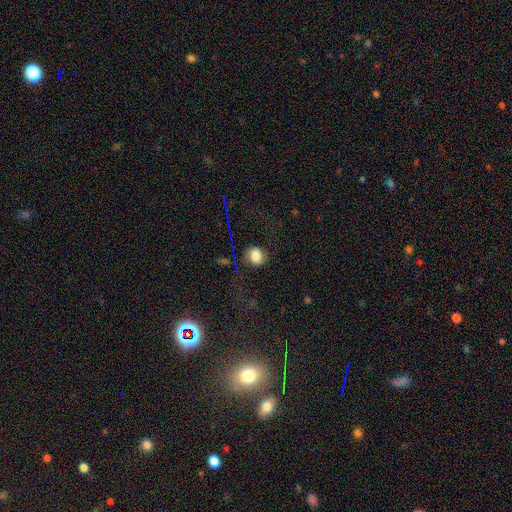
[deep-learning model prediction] A smooth galaxy with no disk features (69%) that is round (70%). Merging: none (70%).